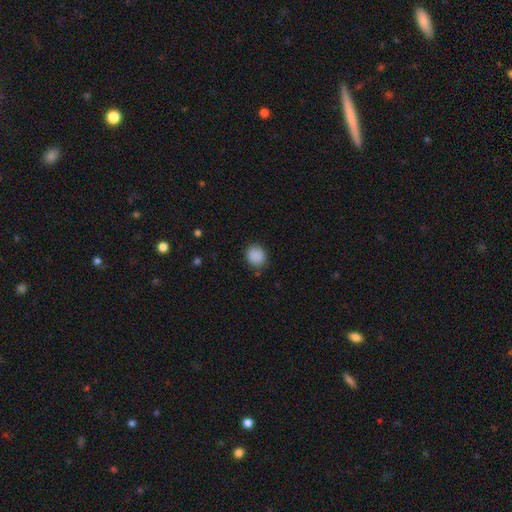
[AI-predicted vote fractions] smooth 89%, star or artifact 9%, featured or disk 3%. Down the decision tree: how rounded — round (83%); merging — none (85%).